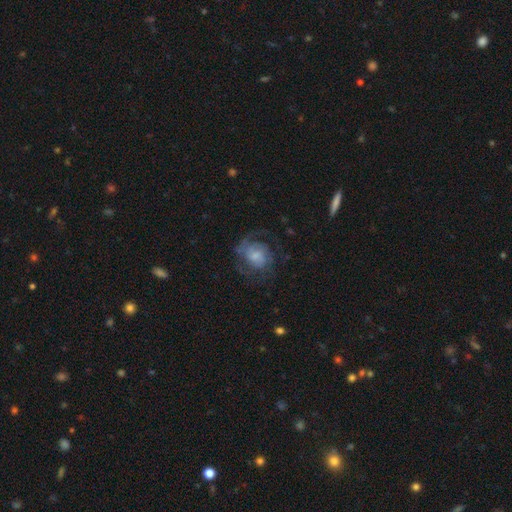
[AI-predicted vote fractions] A featured or disk galaxy (64%) with no bar (61%), 2 (37%) medium (45%) spiral arms (84%) and a small central bulge (33%).

Vote fractions:
- Smooth or featured? featured or disk: 64% / smooth: 28% / star or artifact: 8%
- Edge-on disk? no: 98% / yes: 2%
- Bar? no: 61% / weak: 33% / strong: 5%
- Spiral arms? yes: 84% / no: 16%
- Spiral winding? medium: 45% / tight: 33% / loose: 23%
- Spiral arm count? 2: 37% / can't tell: 31% / 3: 13% / 1: 10% / 4: 5% / more than 4: 4%
- Bulge size? small: 33% / moderate: 32% / none: 17% / large: 15% / dominant: 3%
- Merging? none: 55% / major disturbance: 24% / minor disturbance: 19% / merger: 2%